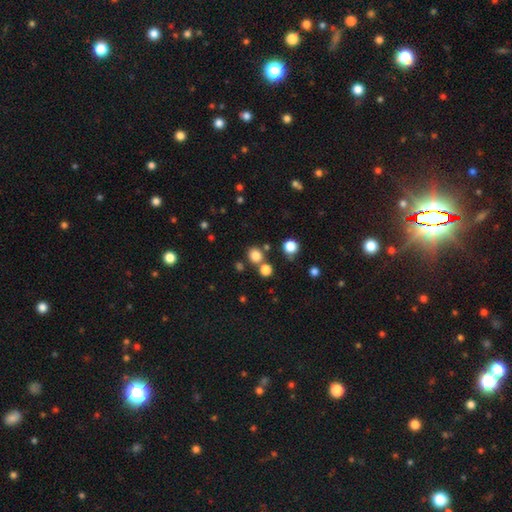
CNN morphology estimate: Smooth or featured?
  - smooth: 80% *
  - star or artifact: 15%
  - featured or disk: 5%
How rounded?
  - round: 81% *
  - in between: 18%
  - cigar-shaped: 1%
Merging?
  - none: 72% *
  - merger: 16%
  - minor disturbance: 8%
  - major disturbance: 3%